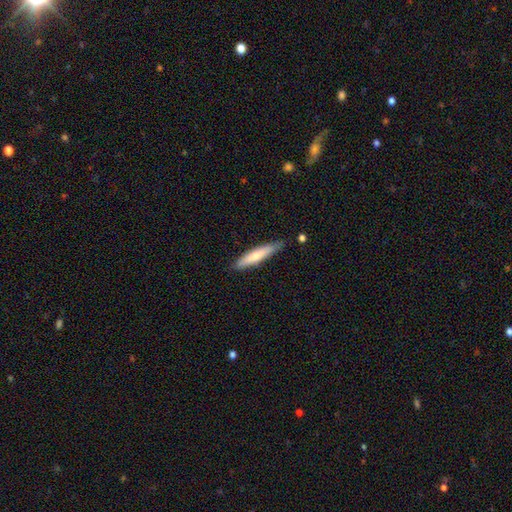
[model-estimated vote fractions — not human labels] smooth 67%, featured or disk 27%, star or artifact 6%. Down the decision tree: how rounded — cigar-shaped (87%); merging — none (82%).